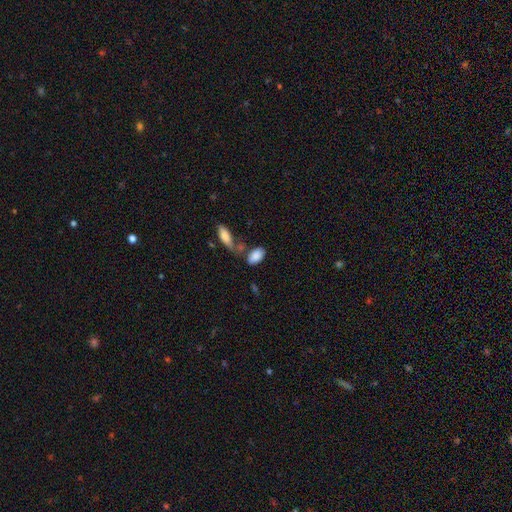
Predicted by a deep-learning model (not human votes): A smooth galaxy with no disk features (86%) that is in between round and cigar-shaped (93%).

Vote fractions:
- Smooth or featured? smooth: 86% / featured or disk: 7% / star or artifact: 7%
- How rounded? in between: 93% / round: 4% / cigar-shaped: 3%
- Merging? none: 56% / merger: 23% / minor disturbance: 16% / major disturbance: 5%